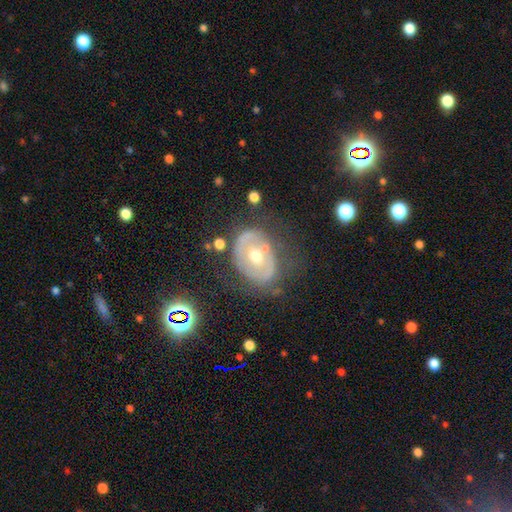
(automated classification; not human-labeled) The model was most divided on "spiral arms": no: 60%, yes: 40%. More confident: edge-on disk — no (95%); bulge size — moderate (69%); smooth or featured — featured or disk (67%); bar — no (66%); merging — none (60%).